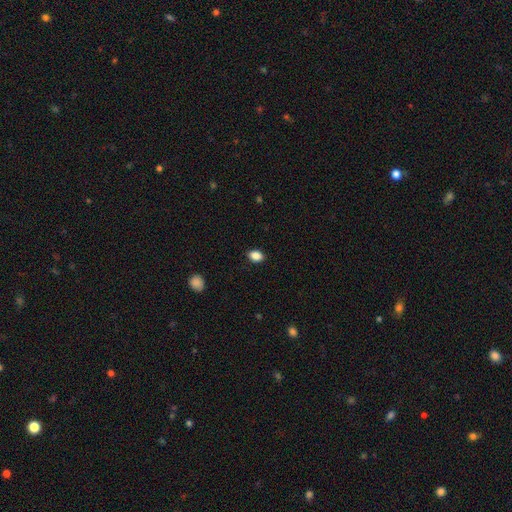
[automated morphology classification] smooth 87%, star or artifact 9%, featured or disk 4%. Down the decision tree: how rounded — in between (75%); merging — none (87%).